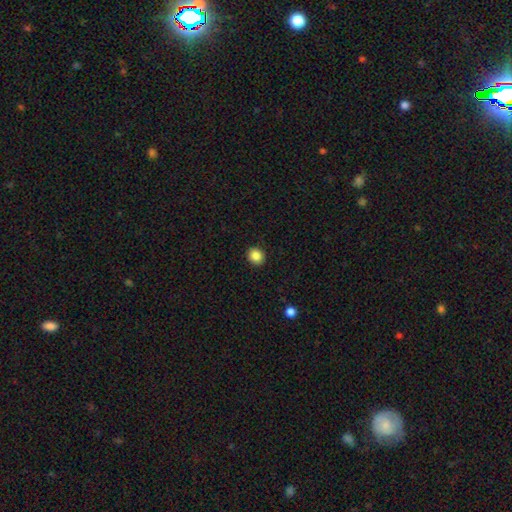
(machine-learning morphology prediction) Smooth or featured?
  - smooth: 87% *
  - star or artifact: 10%
  - featured or disk: 3%
How rounded?
  - round: 75% *
  - in between: 24%
  - cigar-shaped: 1%
Merging?
  - none: 91% *
  - minor disturbance: 6%
  - major disturbance: 2%
  - merger: 1%